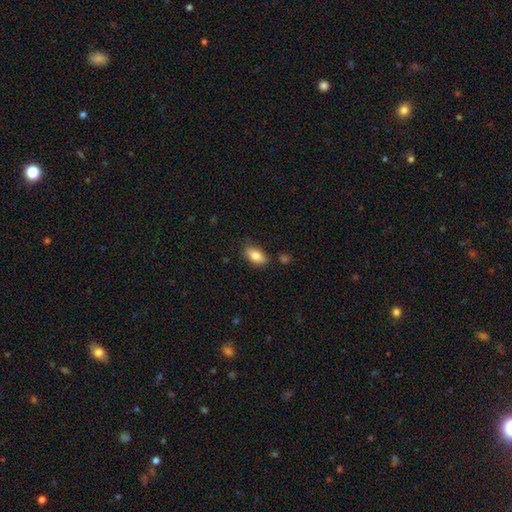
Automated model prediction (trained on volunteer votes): smooth_or_featured: smooth (p=0.81) [alt: featured or disk p=0.12]
how_rounded: in between (p=0.89) [alt: cigar-shaped p=0.05]
merging: none (p=0.80) [alt: minor disturbance p=0.15]